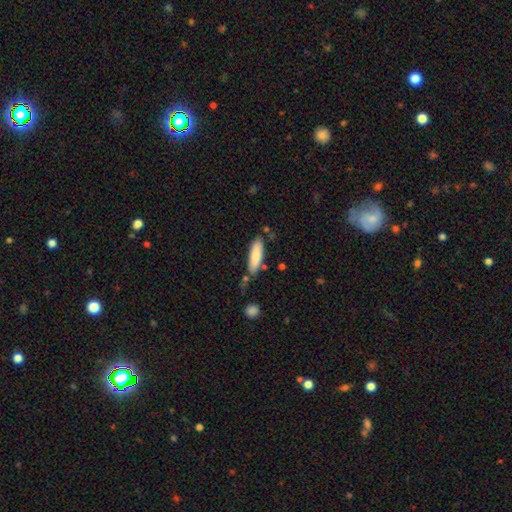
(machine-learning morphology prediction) type=smooth (79%); roundness=cigar-shaped (56%); merging=none (73%).